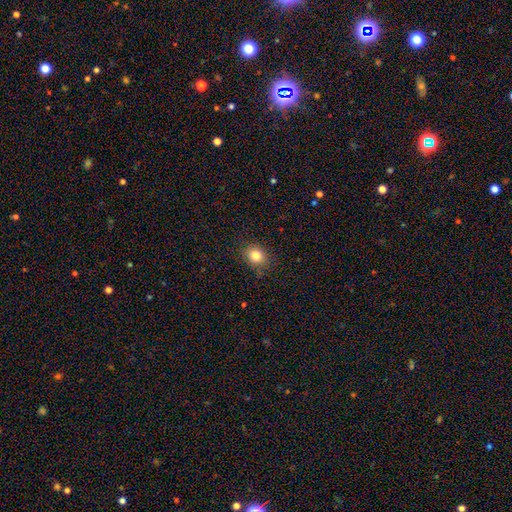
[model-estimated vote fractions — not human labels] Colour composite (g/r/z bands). It shows a smooth galaxy with no disk features (82%) that is round (61%). Merging: none (86%).